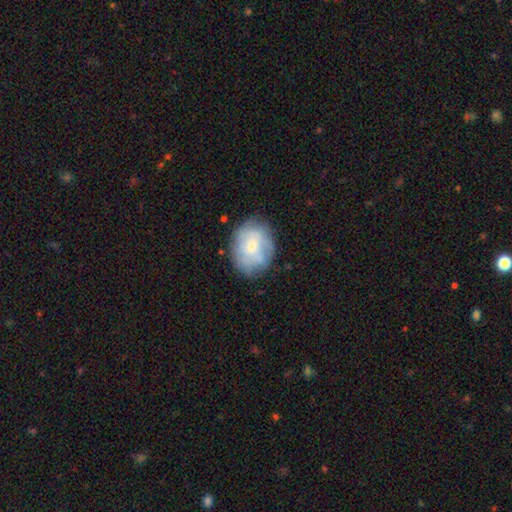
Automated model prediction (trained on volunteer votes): Smooth or featured? smooth (46%, tied with featured or disk)
Merging? none (69%)